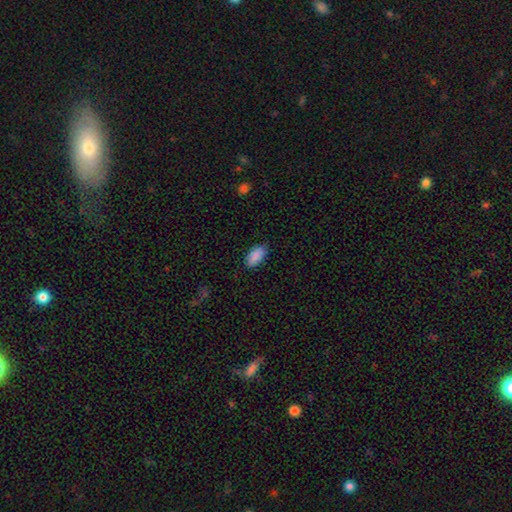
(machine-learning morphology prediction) smooth-or-featured: smooth: 90% | star or artifact: 7% | featured or disk: 3%
  how-rounded: in between: 93% | cigar-shaped: 5% | round: 2%
  merging: none: 84% | minor disturbance: 13% | major disturbance: 3% | merger: 1%